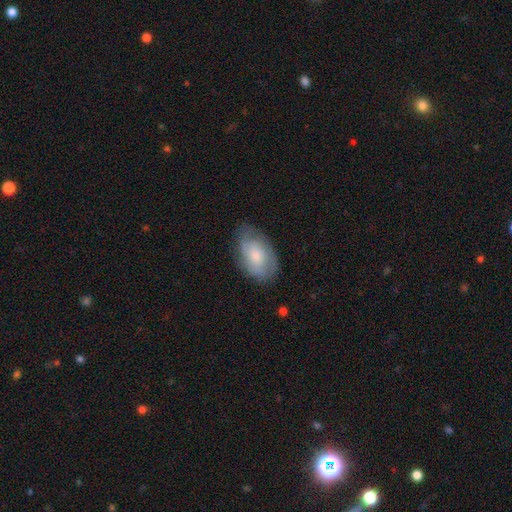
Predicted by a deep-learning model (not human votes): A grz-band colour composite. It shows a smooth galaxy with no disk features (57%) that is in between round and cigar-shaped (91%). Merging: none (66%).